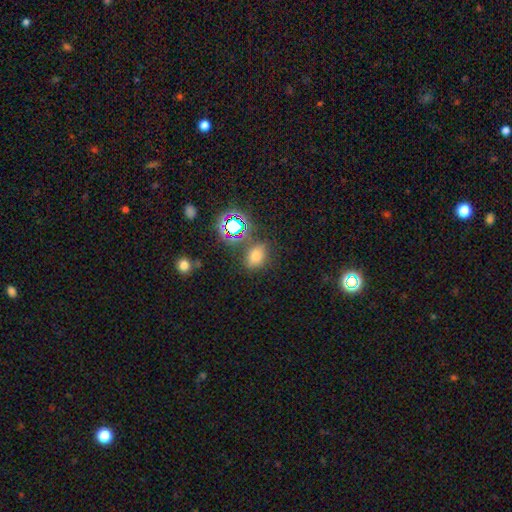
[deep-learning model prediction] Smooth or featured: smooth — 65% (star or artifact — 27%)
How rounded: in between — 69% (round — 30%)
Merging: none — 70% (minor disturbance — 16%)